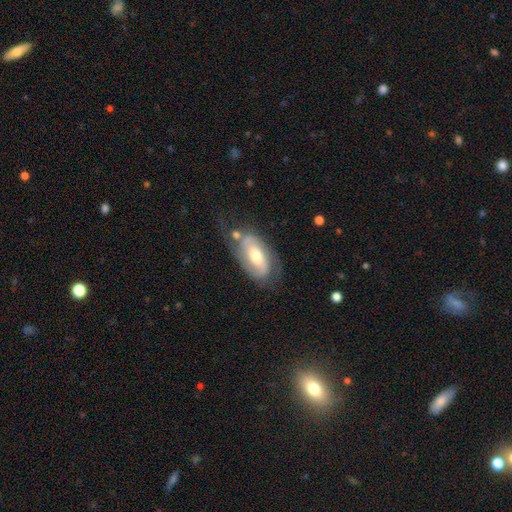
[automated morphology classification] A featured or disk galaxy (68%) with no bar (40%), 2 (72%) medium (41%) spiral arms (84%) and a moderate central bulge (66%).

Vote fractions:
- Smooth or featured? featured or disk: 68% / smooth: 25% / star or artifact: 7%
- Edge-on disk? no: 92% / yes: 8%
- Bar? no: 40% / weak: 39% / strong: 20%
- Spiral arms? yes: 84% / no: 16%
- Spiral winding? medium: 41% / tight: 35% / loose: 25%
- Spiral arm count? 2: 72% / can't tell: 16% / 1: 8% / 3: 2% / 4: 1% / more than 4: 1%
- Bulge size? moderate: 66% / small: 17% / large: 14% / dominant: 2% / none: 2%
- Merging? none: 52% / minor disturbance: 24% / major disturbance: 18% / merger: 6%